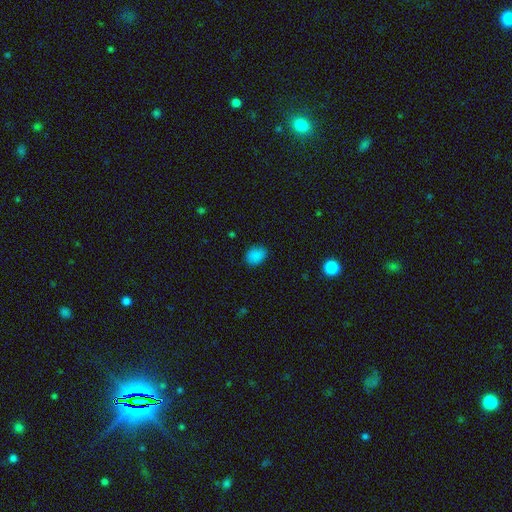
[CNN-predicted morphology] Smooth or featured: smooth — 85% (star or artifact — 11%)
How rounded: in between — 61% (round — 38%)
Merging: none — 83% (minor disturbance — 13%)